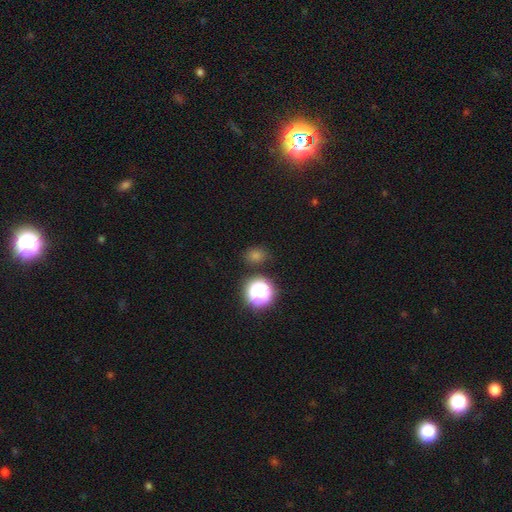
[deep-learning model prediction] A smooth galaxy with no disk features (60%) that is round (63%).

Vote fractions:
- Smooth or featured? smooth: 60% / star or artifact: 34% / featured or disk: 6%
- How rounded? round: 63% / in between: 35% / cigar-shaped: 1%
- Merging? none: 85% / minor disturbance: 9% / merger: 3% / major disturbance: 3%